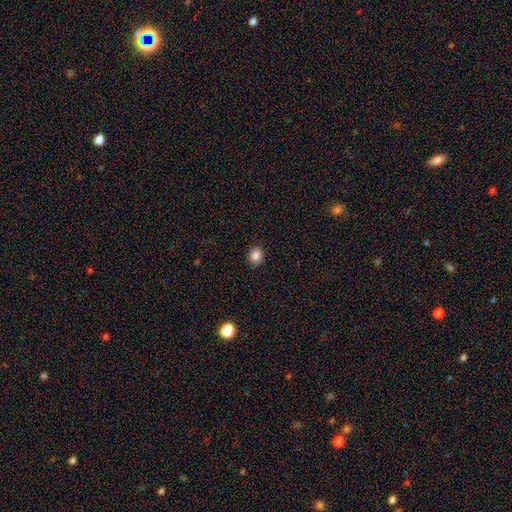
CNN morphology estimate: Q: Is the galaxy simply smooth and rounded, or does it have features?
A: smooth — 85%.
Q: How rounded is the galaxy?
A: round — 81%.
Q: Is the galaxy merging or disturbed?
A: none — 91%.